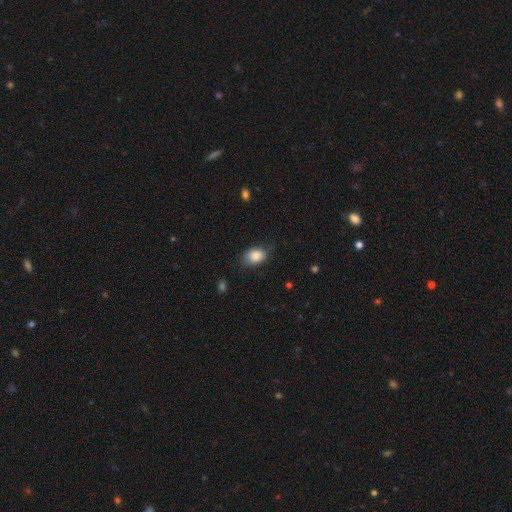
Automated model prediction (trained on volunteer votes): Overall: smooth (86%). How rounded: in between (78%). Merging: none (70%).